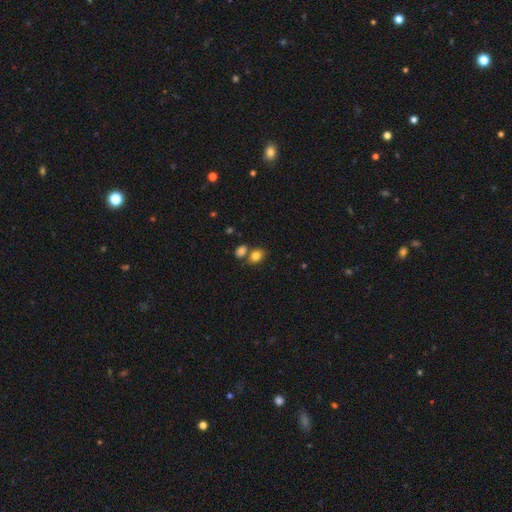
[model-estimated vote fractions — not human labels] A smooth galaxy with no disk features (81%) that is in between round and cigar-shaped (63%).

Vote fractions:
- Smooth or featured? smooth: 81% / star or artifact: 11% / featured or disk: 8%
- How rounded? in between: 63% / round: 35% / cigar-shaped: 1%
- Merging? none: 57% / merger: 28% / minor disturbance: 12% / major disturbance: 4%